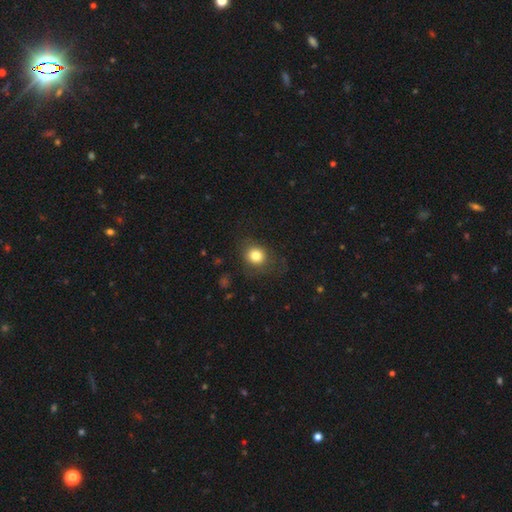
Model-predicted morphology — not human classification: A smooth galaxy with no disk features (81%) that is round (77%). Merging: none (74%).